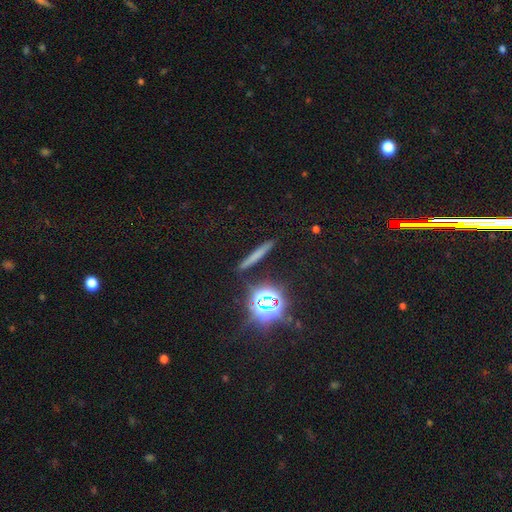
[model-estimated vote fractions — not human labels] The model was most divided on "smooth or featured": smooth: 56%, star or artifact: 23%, featured or disk: 21%. More confident: how rounded — cigar-shaped (91%); merging — none (89%).